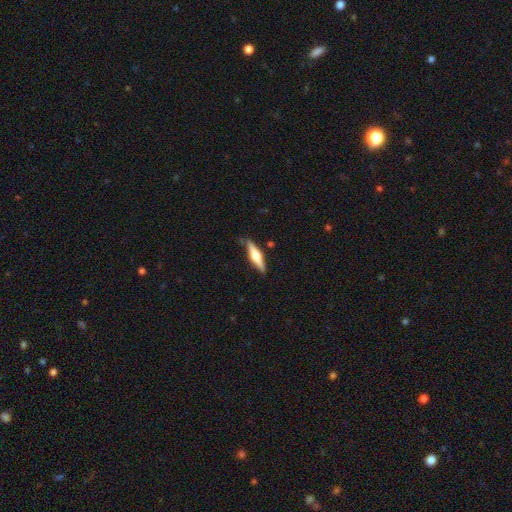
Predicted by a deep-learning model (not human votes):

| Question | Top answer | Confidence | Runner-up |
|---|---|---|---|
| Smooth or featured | featured or disk | 63% | smooth (32%) |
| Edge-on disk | yes | 97% | no (3%) |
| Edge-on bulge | rounded | 88% | boxy (9%) |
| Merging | none | 83% | minor disturbance (13%) |